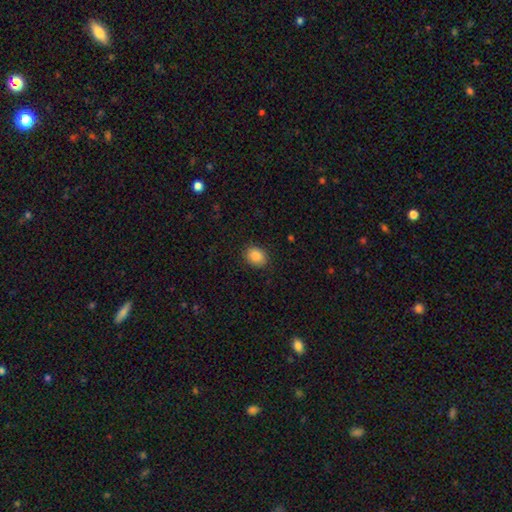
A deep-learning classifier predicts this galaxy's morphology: This is clearly a smooth galaxy (87%). How rounded: possibly round (53%). Merging: clearly none (87%).